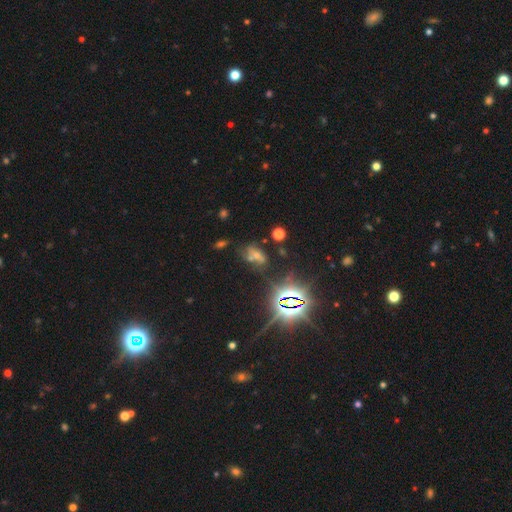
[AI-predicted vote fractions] Smooth or featured?
  - star or artifact: 43% *
  - smooth: 32%
  - featured or disk: 25%